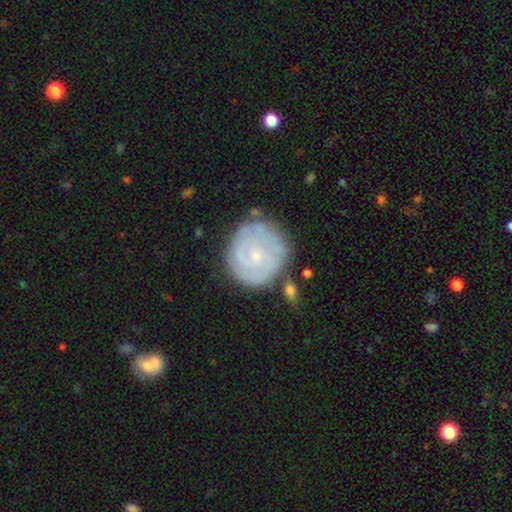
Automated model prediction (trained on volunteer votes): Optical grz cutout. It shows a featured or disk galaxy (72%) with no bar (75%), tight (74%) spiral arms (86%) and a small central bulge (76%). Merging: none (74%).